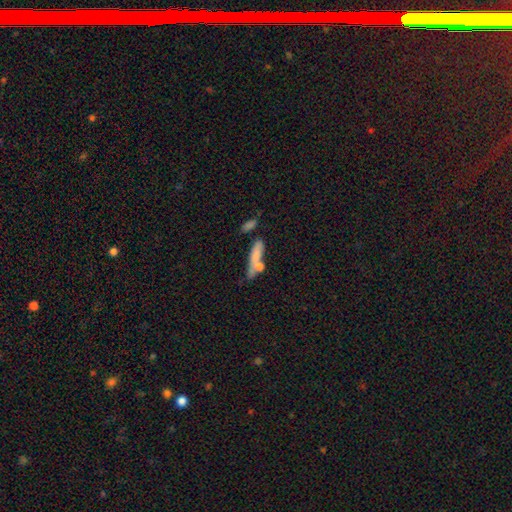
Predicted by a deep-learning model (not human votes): Q: Smooth or featured?
A: smooth (70%); runner-up: featured or disk (22%)
Q: How rounded?
A: cigar-shaped (63%); runner-up: in between (33%)
Q: Merging?
A: none (46%); runner-up: merger (26%)